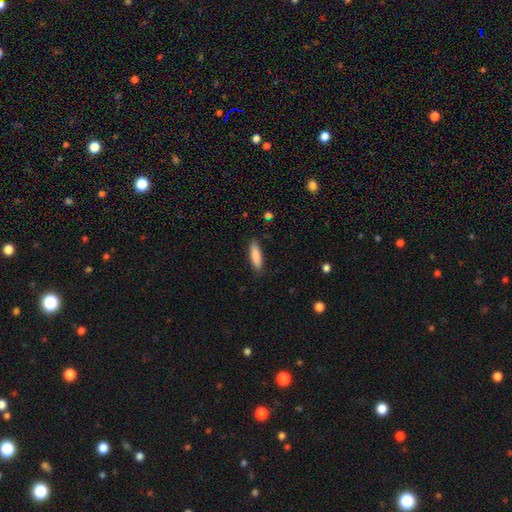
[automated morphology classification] Smooth or featured: smooth — 87% (featured or disk — 7%)
How rounded: cigar-shaped — 62% (in between — 37%)
Merging: none — 87% (minor disturbance — 10%)